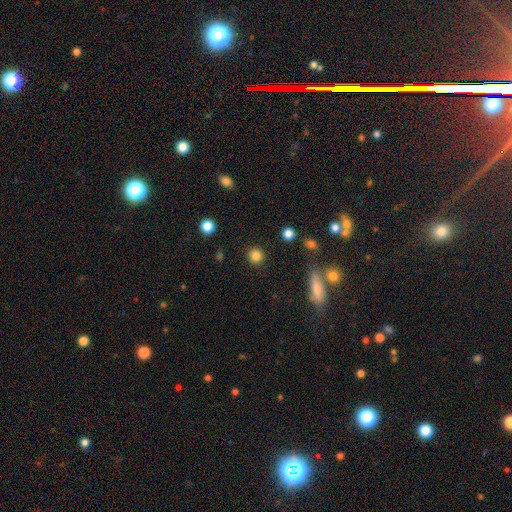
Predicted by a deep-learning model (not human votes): smooth_or_featured: smooth (p=0.84) [alt: star or artifact p=0.11]
how_rounded: round (p=0.92) [alt: in between p=0.07]
merging: none (p=0.91) [alt: minor disturbance p=0.05]